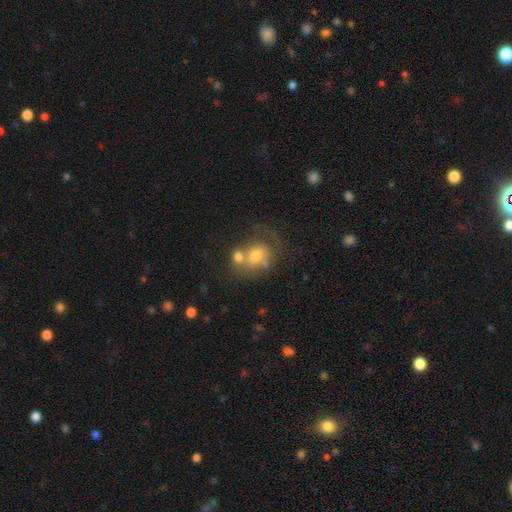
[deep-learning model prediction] Smooth or featured? smooth (60%)
How rounded? round (57%)
Merging? merger (48%)